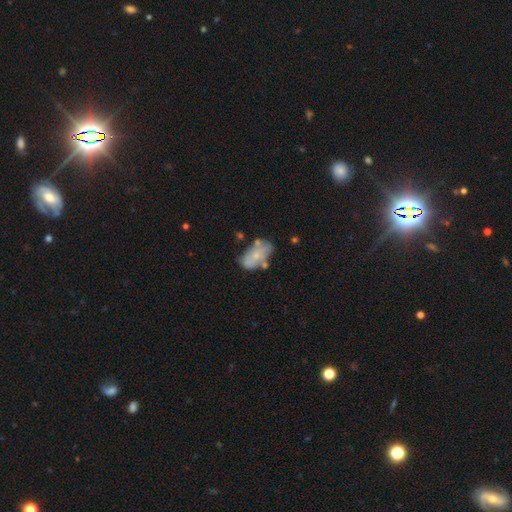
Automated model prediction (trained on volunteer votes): smooth_or_featured: smooth (p=0.54) [alt: featured or disk p=0.39]
how_rounded: in between (p=0.91) [alt: round p=0.06]
merging: none (p=0.46) [alt: minor disturbance p=0.26]